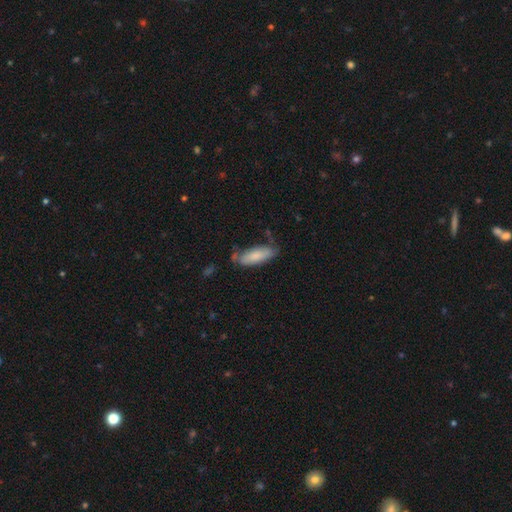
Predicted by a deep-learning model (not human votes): The model was most divided on "merging": none: 60%, minor disturbance: 27%, major disturbance: 7%, merger: 5%. More confident: smooth or featured — smooth (79%); how rounded — in between (66%).